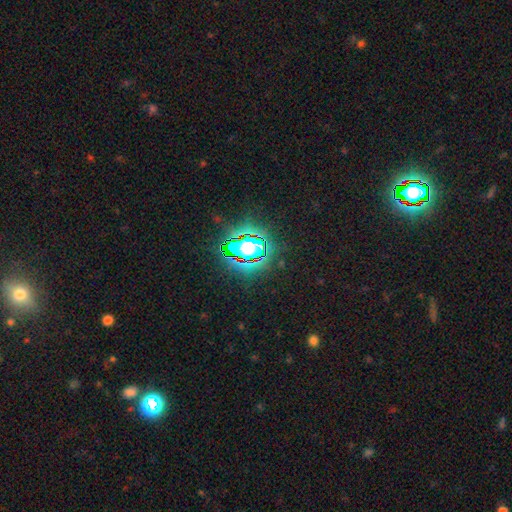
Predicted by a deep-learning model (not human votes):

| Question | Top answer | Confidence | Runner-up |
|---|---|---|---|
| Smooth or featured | star or artifact | 82% | smooth (11%) |